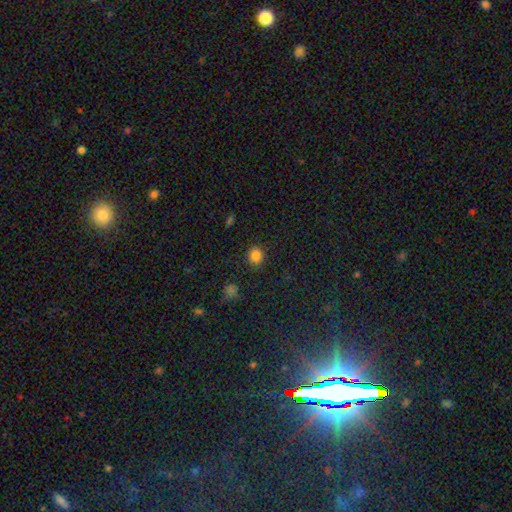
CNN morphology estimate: Overall: smooth (82%). How rounded: round (74%). Merging: none (87%).